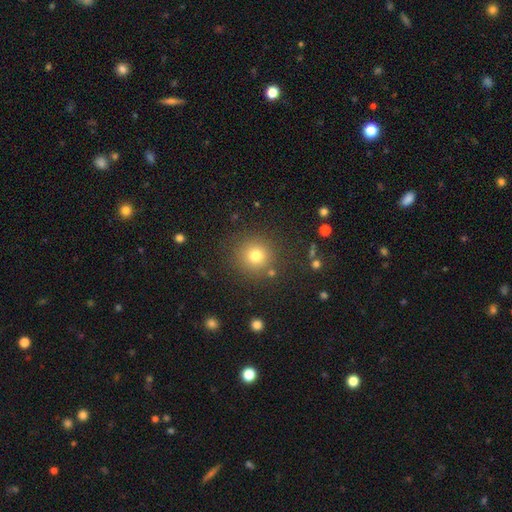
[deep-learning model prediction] The model was most divided on "smooth or featured": smooth: 76%, star or artifact: 15%, featured or disk: 8%. More confident: how rounded — round (94%); merging — none (86%).